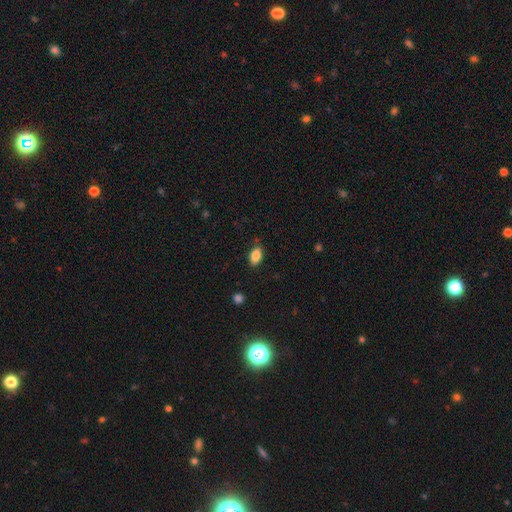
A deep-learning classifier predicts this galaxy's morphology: Smooth or featured? smooth (86%)
How rounded? in between (90%)
Merging? none (82%)